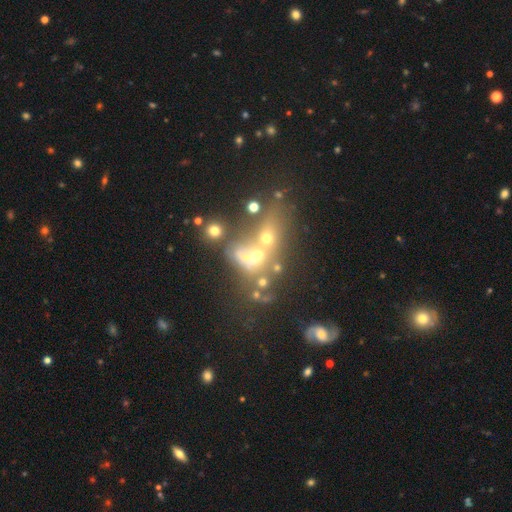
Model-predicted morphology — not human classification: Overall: smooth (40%; featured or disk 32%). Merging: merger (54%; none 26%).